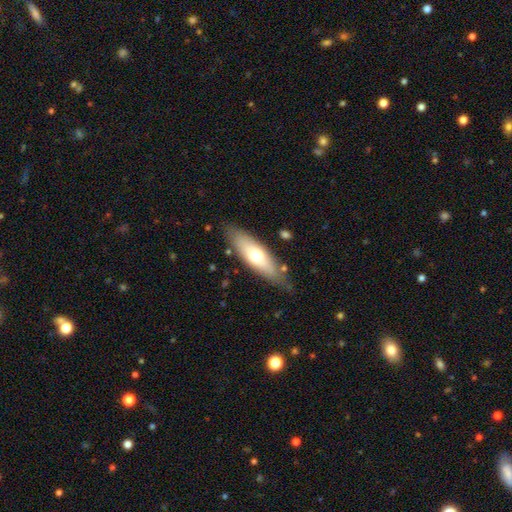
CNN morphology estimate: A smooth galaxy with no disk features (60%) that is in between round and cigar-shaped (53%).

Vote fractions:
- Smooth or featured? smooth: 60% / featured or disk: 34% / star or artifact: 6%
- How rounded? in between: 53% / cigar-shaped: 45% / round: 2%
- Merging? none: 77% / minor disturbance: 16% / major disturbance: 4% / merger: 3%